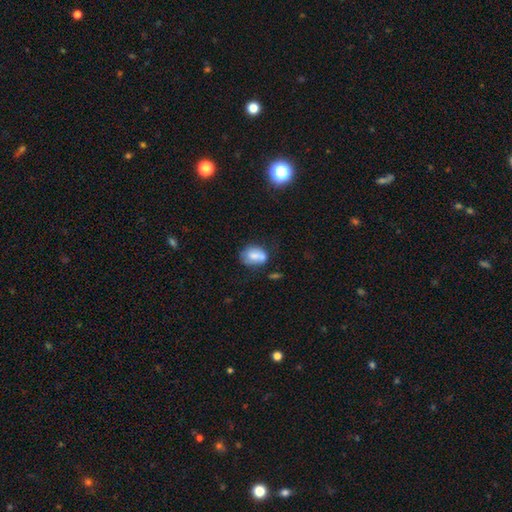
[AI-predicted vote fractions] A smooth galaxy with no disk features (69%) that is in between round and cigar-shaped (69%). Merging: none (45%).